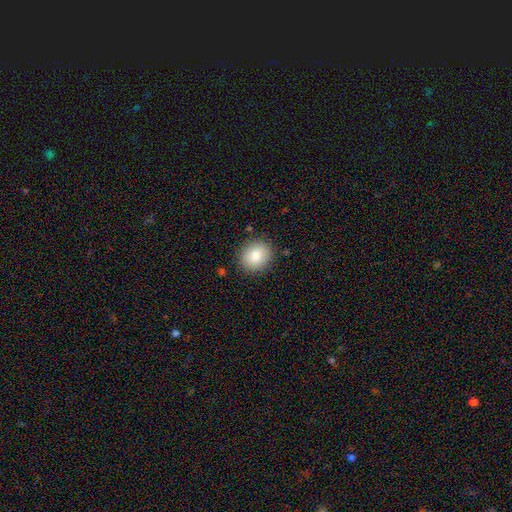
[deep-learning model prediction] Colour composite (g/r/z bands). It shows a smooth galaxy with no disk features (83%) that is round (74%). Merging: none (87%).